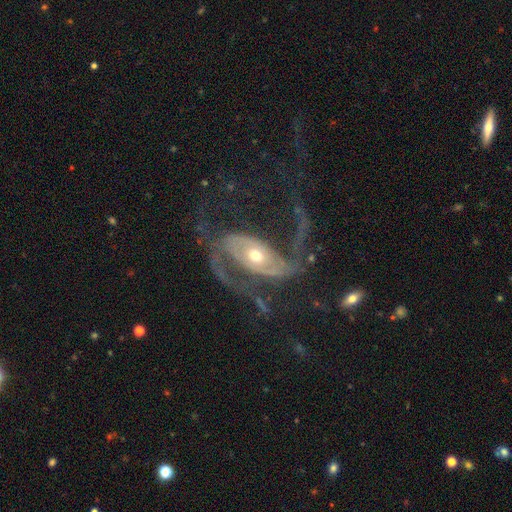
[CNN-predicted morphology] This appears to be a featured or disk galaxy (86%) with no bar (62%), 2 (79%) loose (48%) spiral arms (92%) and a moderate central bulge (60%). Merging: none (43%).